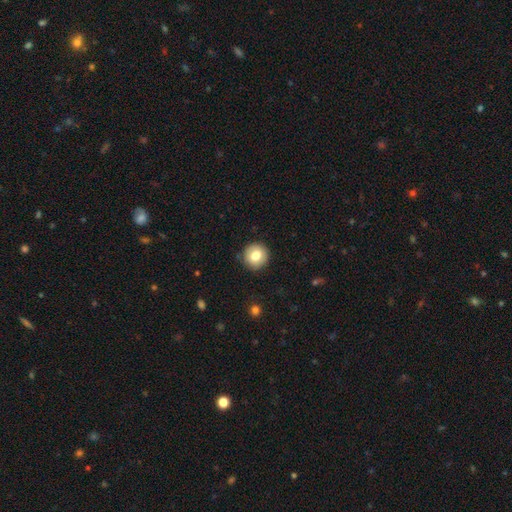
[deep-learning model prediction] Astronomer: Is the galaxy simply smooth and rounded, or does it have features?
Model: smooth — 79%.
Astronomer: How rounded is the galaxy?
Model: round — 95%.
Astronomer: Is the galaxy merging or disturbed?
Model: none — 90%.